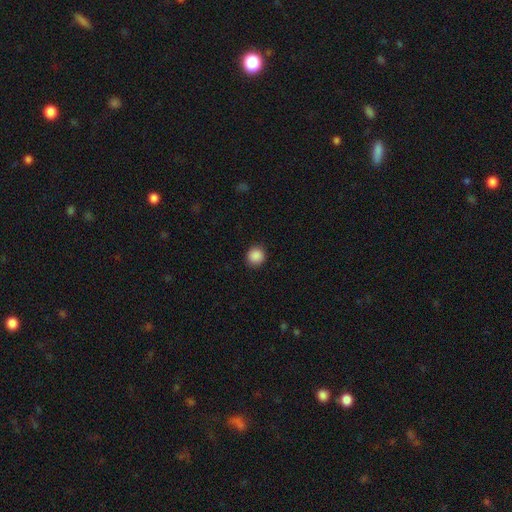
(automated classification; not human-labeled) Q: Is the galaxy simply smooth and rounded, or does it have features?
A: smooth — 88%.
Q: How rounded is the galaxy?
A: round — 90%.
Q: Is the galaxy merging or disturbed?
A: none — 91%.